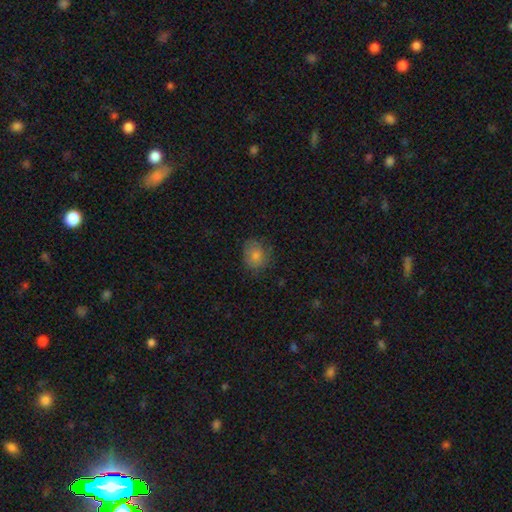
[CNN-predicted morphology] Smooth or featured? Predicted: smooth (p=0.77). How rounded? Predicted: round (p=0.66). Merging? Predicted: none (p=0.76).